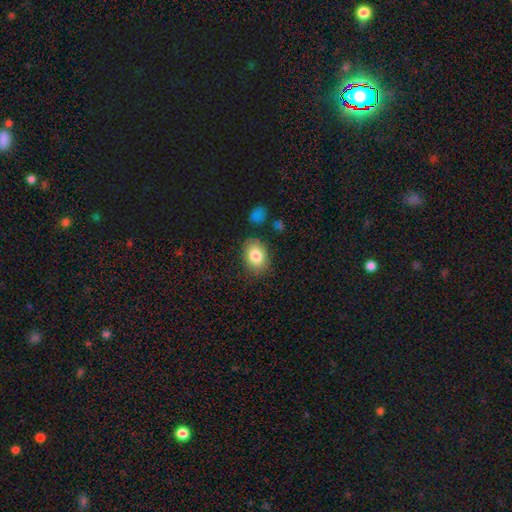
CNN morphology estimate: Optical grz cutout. It shows a smooth galaxy with no disk features (82%) that is in between round and cigar-shaped (74%). Merging: none (79%).